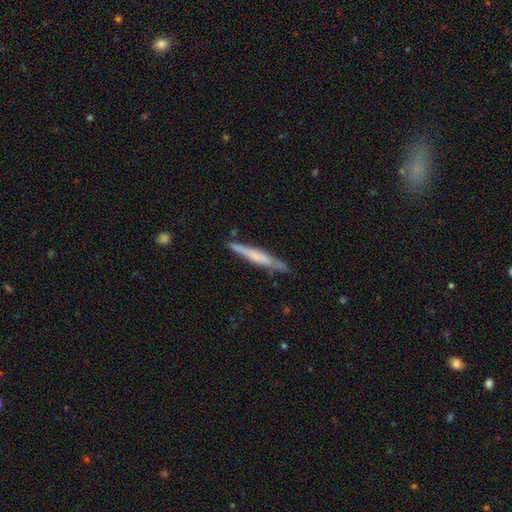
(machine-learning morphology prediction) type=featured or disk (48%); merging=none (76%).